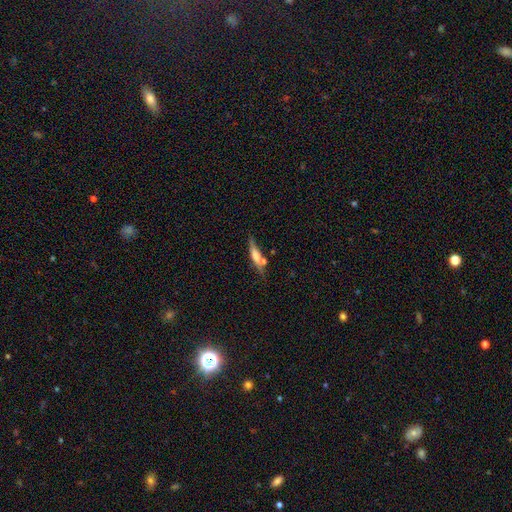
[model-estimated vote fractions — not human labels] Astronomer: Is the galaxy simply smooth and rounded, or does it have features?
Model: smooth — 50% (runner-up: featured or disk, 42%).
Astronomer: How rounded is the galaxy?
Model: cigar-shaped — 73%.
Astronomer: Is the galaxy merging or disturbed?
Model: none — 54%.